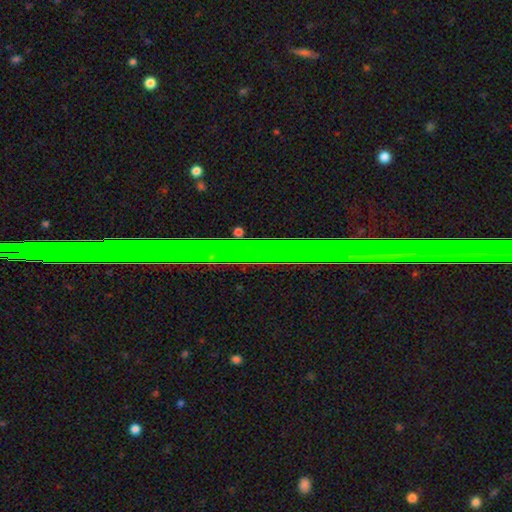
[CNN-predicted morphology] Overall: star or artifact (71%).